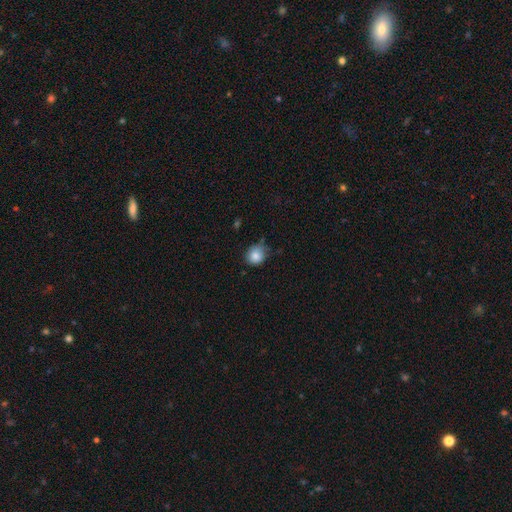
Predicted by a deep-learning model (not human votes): Smooth or featured? Predicted: smooth (p=0.84). How rounded? Predicted: round (p=0.78). Merging? Predicted: none (p=0.67).